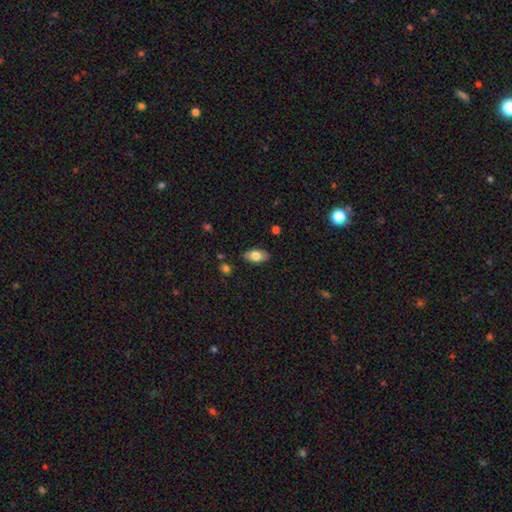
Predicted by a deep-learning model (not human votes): Smooth or featured? smooth (78%)
How rounded? in between (91%)
Merging? none (86%)